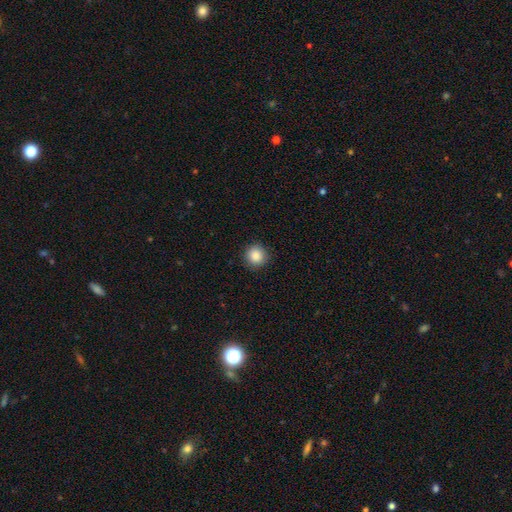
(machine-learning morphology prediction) Smooth or featured? Predicted: smooth (p=0.87). How rounded? Predicted: round (p=0.93). Merging? Predicted: none (p=0.91).